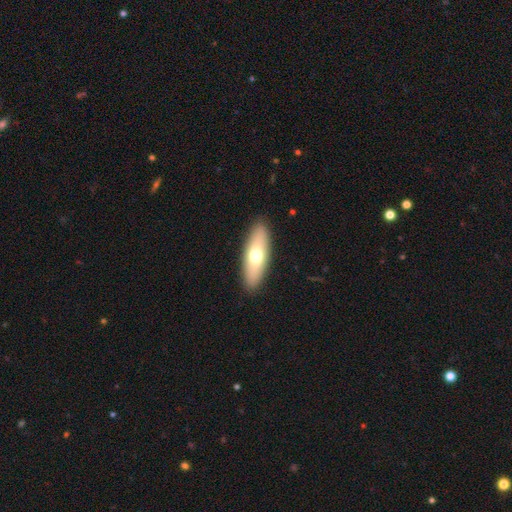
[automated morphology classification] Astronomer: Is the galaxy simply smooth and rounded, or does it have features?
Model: smooth — 65%.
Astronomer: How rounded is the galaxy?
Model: in between — 58% (runner-up: cigar-shaped, 39%).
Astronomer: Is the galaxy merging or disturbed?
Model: none — 89%.